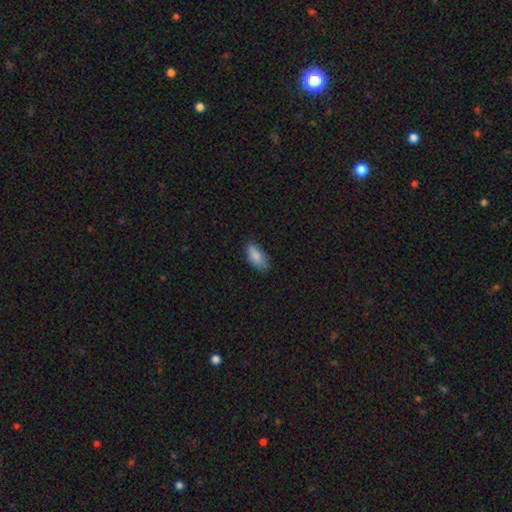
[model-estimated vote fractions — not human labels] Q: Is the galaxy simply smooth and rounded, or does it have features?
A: smooth — 86%.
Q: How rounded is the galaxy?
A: in between — 89%.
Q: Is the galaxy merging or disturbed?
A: none — 75%.